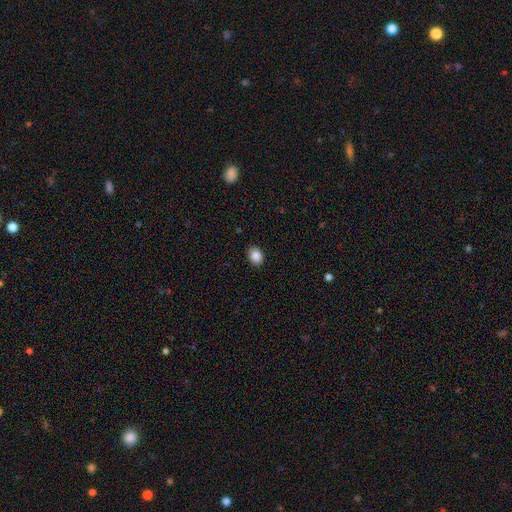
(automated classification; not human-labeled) Smooth or featured?
  - smooth: 88% *
  - star or artifact: 8%
  - featured or disk: 4%
How rounded?
  - in between: 65% *
  - round: 34%
  - cigar-shaped: 1%
Merging?
  - none: 90% *
  - minor disturbance: 7%
  - major disturbance: 2%
  - merger: 1%